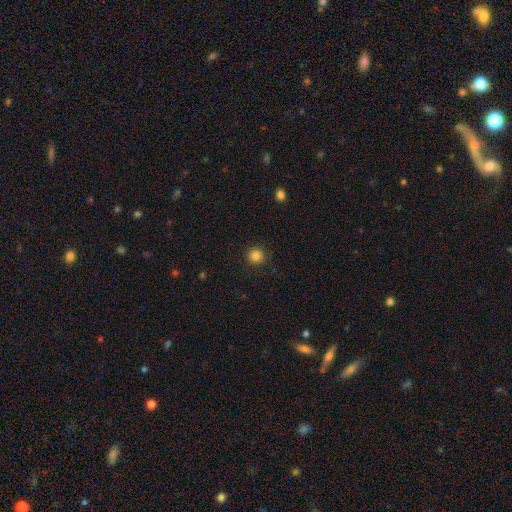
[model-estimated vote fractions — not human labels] smooth-or-featured: smooth: 84% | star or artifact: 12% | featured or disk: 4%
  how-rounded: round: 95% | in between: 4% | cigar-shaped: 1%
  merging: none: 91% | minor disturbance: 6% | major disturbance: 2% | merger: 1%